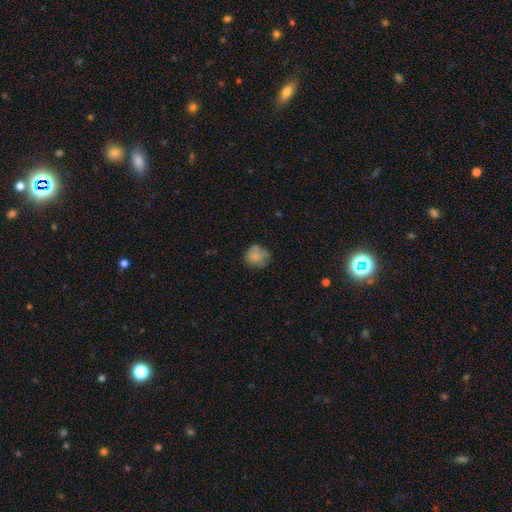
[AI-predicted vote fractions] The model was most divided on "merging": none: 64%, minor disturbance: 25%, major disturbance: 8%, merger: 3%. More confident: how rounded — round (83%); smooth or featured — smooth (78%).